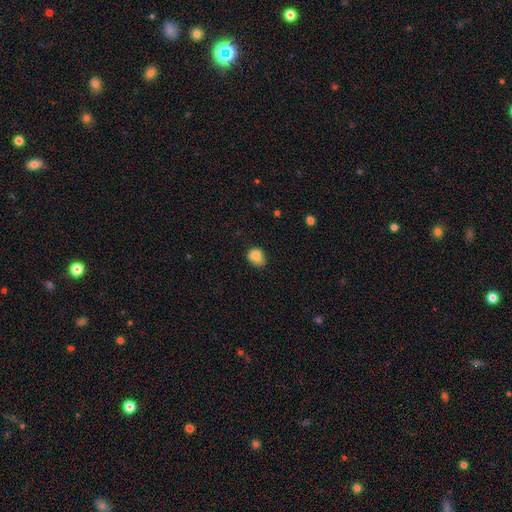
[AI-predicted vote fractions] This appears to be a smooth galaxy with no disk features (83%) that is in between round and cigar-shaped (50%). Merging: none (59%).